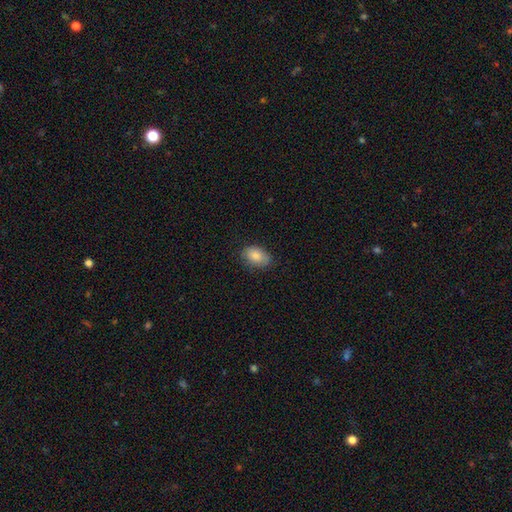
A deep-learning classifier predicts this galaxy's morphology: Smooth or featured?
  - smooth: 85% *
  - featured or disk: 8%
  - star or artifact: 7%
How rounded?
  - in between: 85% *
  - round: 14%
  - cigar-shaped: 1%
Merging?
  - none: 76% *
  - minor disturbance: 20%
  - major disturbance: 4%
  - merger: 1%